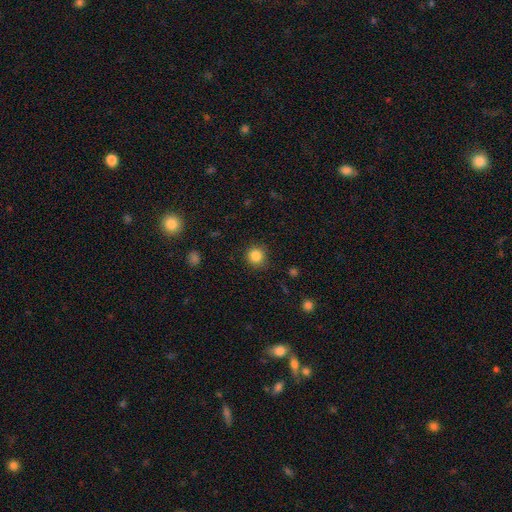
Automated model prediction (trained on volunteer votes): smooth-or-featured: smooth: 85% | star or artifact: 11% | featured or disk: 4%
  how-rounded: round: 92% | in between: 7% | cigar-shaped: 1%
  merging: none: 88% | minor disturbance: 8% | major disturbance: 3% | merger: 1%